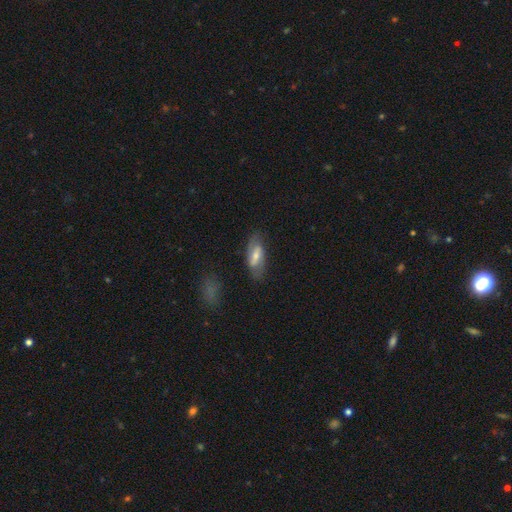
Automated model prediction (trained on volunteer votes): This is possibly a featured or disk galaxy (48%). Merging: likely none (76%).